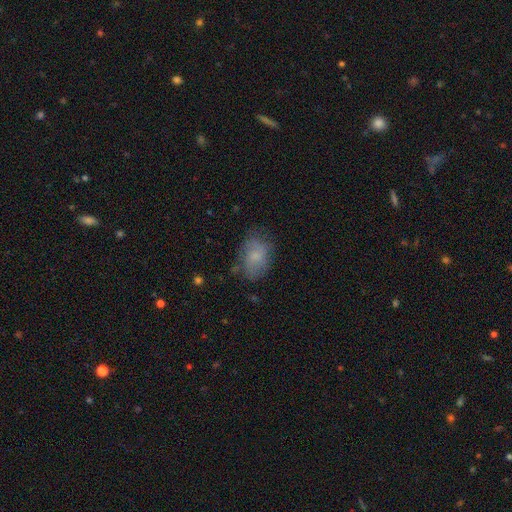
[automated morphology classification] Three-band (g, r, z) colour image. It shows a smooth galaxy with no disk features (63%) that is in between round and cigar-shaped (82%). Merging: none (63%).